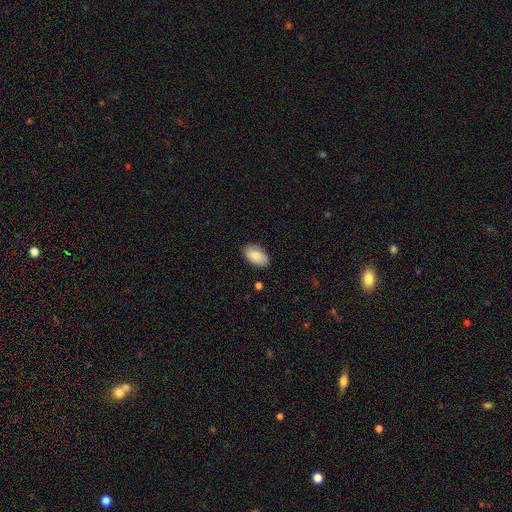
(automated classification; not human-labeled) smooth_or_featured: smooth (p=0.82) [alt: featured or disk p=0.11]
how_rounded: in between (p=0.94) [alt: round p=0.04]
merging: none (p=0.83) [alt: minor disturbance p=0.13]